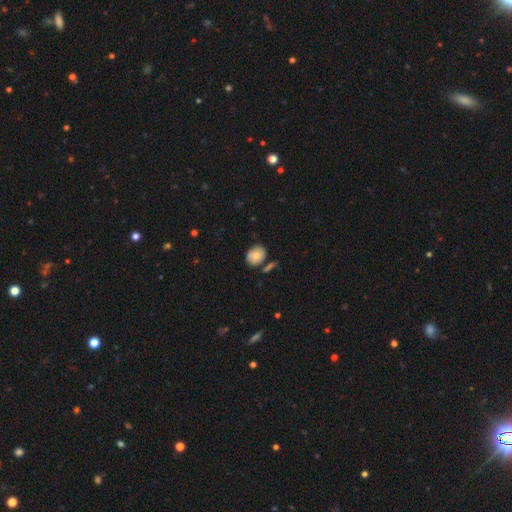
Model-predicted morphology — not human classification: smooth_or_featured: smooth (p=0.77) [alt: featured or disk p=0.15]
how_rounded: round (p=0.53) [alt: in between p=0.46]
merging: none (p=0.66) [alt: minor disturbance p=0.19]